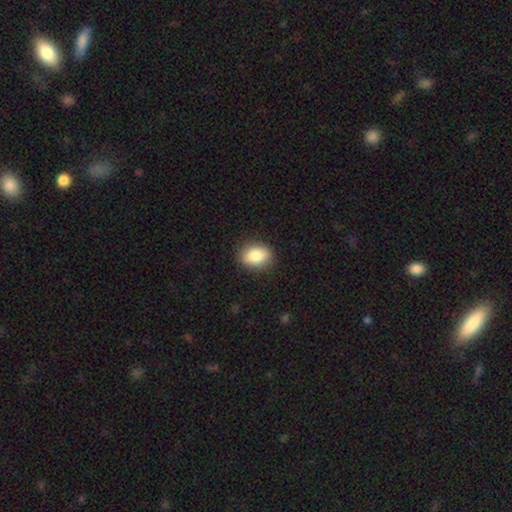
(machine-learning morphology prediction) Smooth or featured? smooth (85%)
How rounded? in between (74%)
Merging? none (88%)